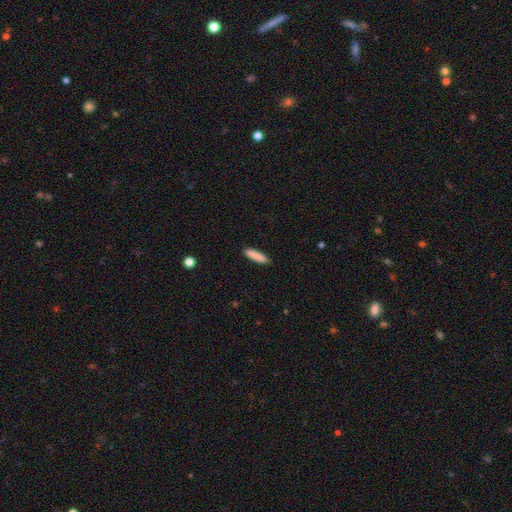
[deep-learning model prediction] smooth_or_featured: smooth (p=0.87) [alt: featured or disk p=0.07]
how_rounded: cigar-shaped (p=0.82) [alt: in between p=0.17]
merging: none (p=0.90) [alt: minor disturbance p=0.07]